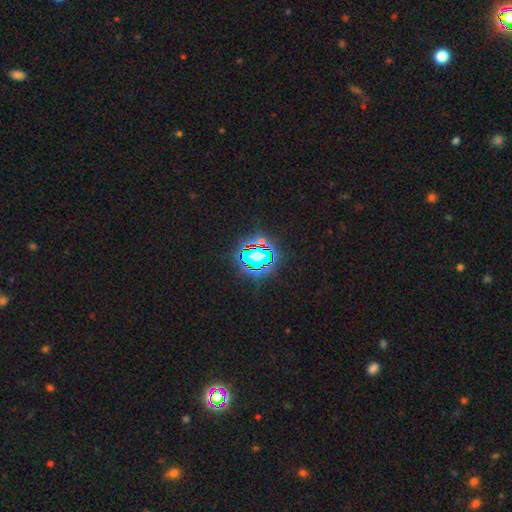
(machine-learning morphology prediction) A star or artifact, not a galaxy (62%).